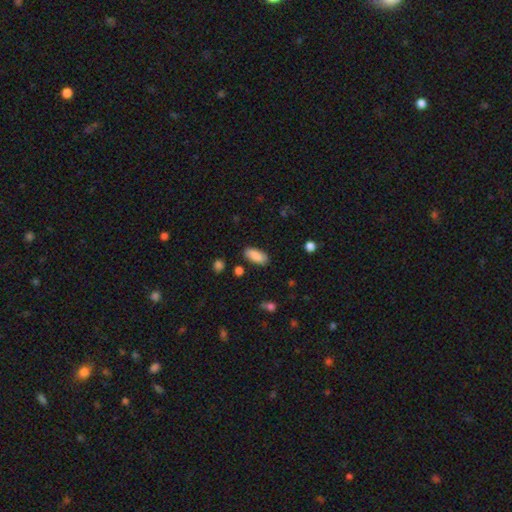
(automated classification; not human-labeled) This is clearly a smooth galaxy (87%). How rounded: clearly in between (86%). Merging: clearly none (84%).